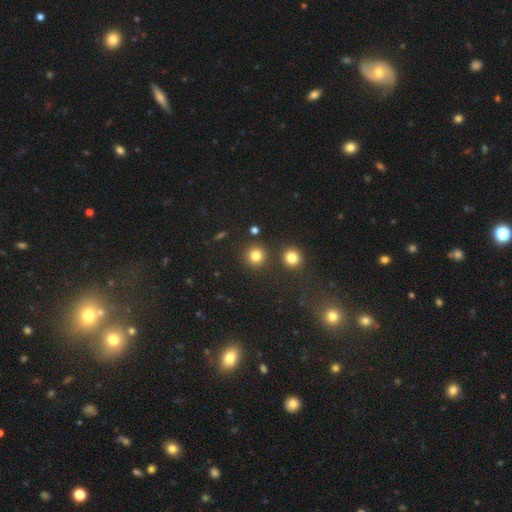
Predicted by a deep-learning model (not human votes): Morphology: type=smooth (80%); roundness=round (93%); merging=none (86%).